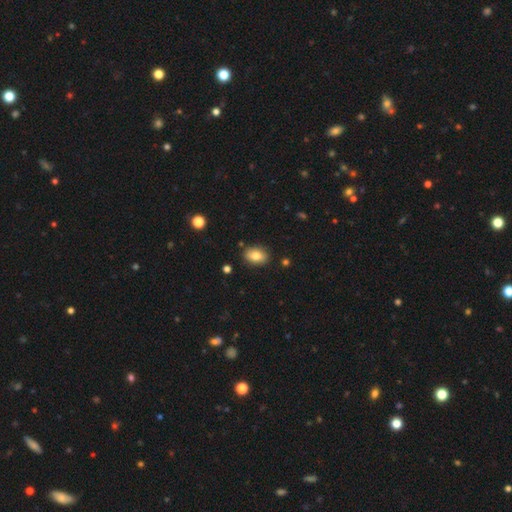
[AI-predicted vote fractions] The model was most divided on "how rounded": in between: 83%, round: 15%, cigar-shaped: 2%. More confident: merging — none (86%); smooth or featured — smooth (82%).